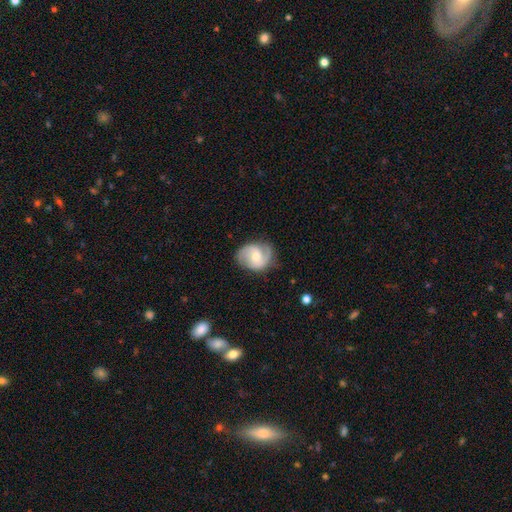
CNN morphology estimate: smooth-or-featured: featured or disk: 78% | smooth: 16% | star or artifact: 6%
  disk-edge-on: no: 98% | yes: 2%
    bar: no: 49% | weak: 41% | strong: 9%
    has-spiral-arms: yes: 95% | no: 5%
      spiral-winding: medium: 49% | tight: 31% | loose: 20%
      spiral-arm-count: 2: 80% | can't tell: 7% | 1: 6% | 3: 4% | 4: 1% | more than 4: 1%
    bulge-size: moderate: 54% | small: 41% | large: 2% | none: 2% | dominant: 1%
  merging: none: 73% | minor disturbance: 19% | major disturbance: 6% | merger: 1%